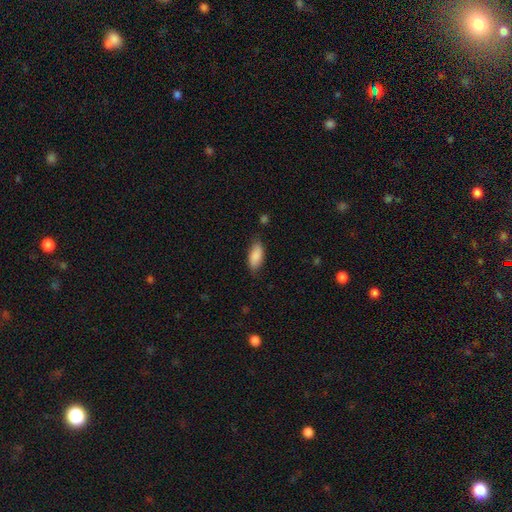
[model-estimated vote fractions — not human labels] Smooth or featured: smooth — 87% (featured or disk — 6%)
How rounded: in between — 86% (cigar-shaped — 12%)
Merging: none — 75% (minor disturbance — 20%)